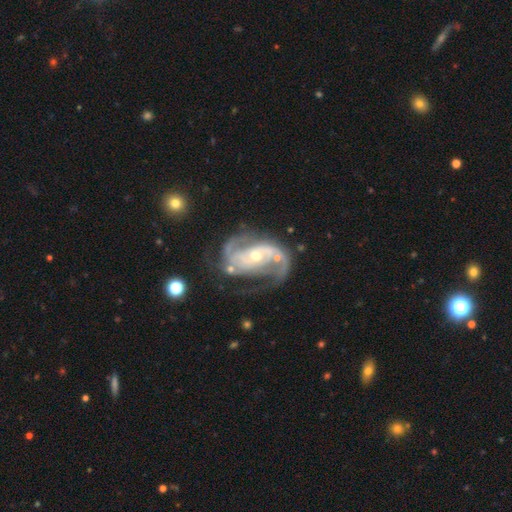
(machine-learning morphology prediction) Q: Smooth or featured?
A: featured or disk (90%); runner-up: star or artifact (5%)
Q: Edge-on disk?
A: no (97%); runner-up: yes (3%)
Q: Bar?
A: no (44%); runner-up: weak (32%)
Q: Spiral arms?
A: yes (96%); runner-up: no (4%)
Q: Spiral winding?
A: medium (51%); runner-up: loose (26%)
Q: Spiral arm count?
A: 2 (79%); runner-up: 3 (7%)
Q: Bulge size?
A: small (48%); runner-up: moderate (47%)
Q: Merging?
A: none (56%); runner-up: minor disturbance (19%)